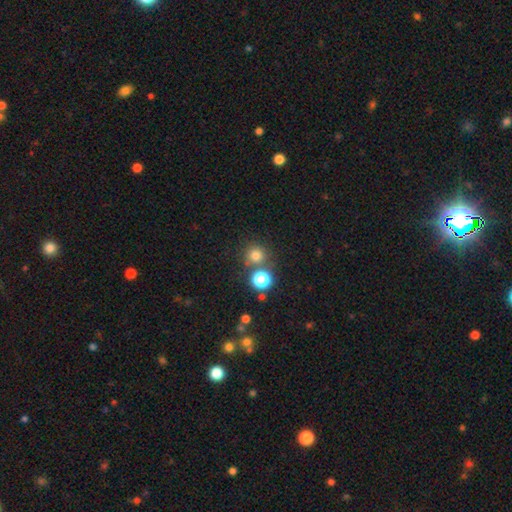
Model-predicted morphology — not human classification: The model was most divided on "smooth or featured": smooth: 74%, star or artifact: 20%, featured or disk: 6%. More confident: how rounded — round (93%); merging — none (75%).